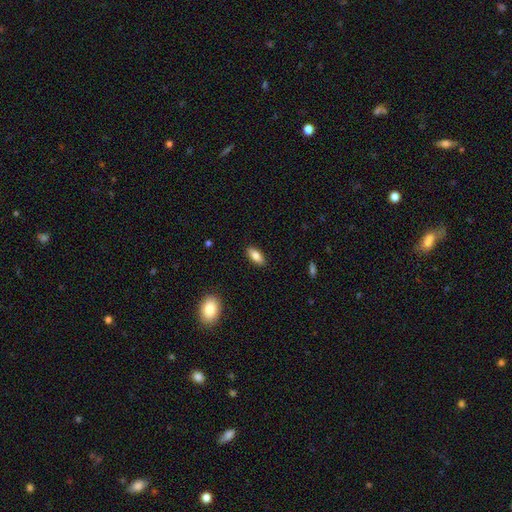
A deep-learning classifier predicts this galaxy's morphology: Smooth or featured? Predicted: smooth (p=0.83). How rounded? Predicted: in between (p=0.84). Merging? Predicted: none (p=0.88).